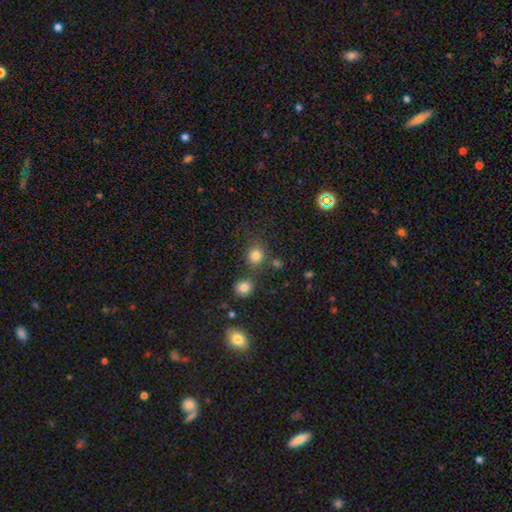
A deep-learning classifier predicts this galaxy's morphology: smooth 81%, star or artifact 13%, featured or disk 6%. Down the decision tree: how rounded — round (83%); merging — none (72%).